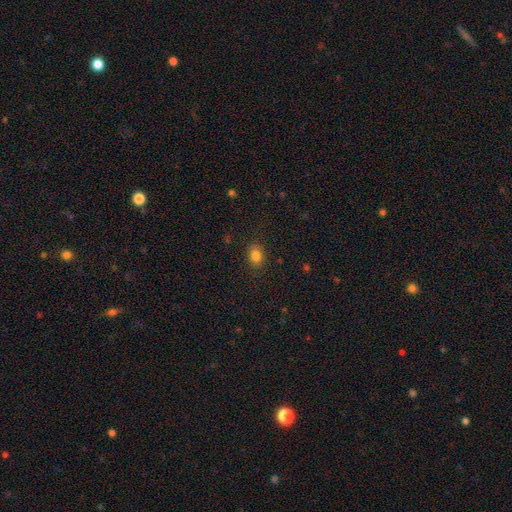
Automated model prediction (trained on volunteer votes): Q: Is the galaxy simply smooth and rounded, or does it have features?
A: smooth — 83%.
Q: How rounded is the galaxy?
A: in between — 70%.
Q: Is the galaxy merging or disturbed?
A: none — 84%.